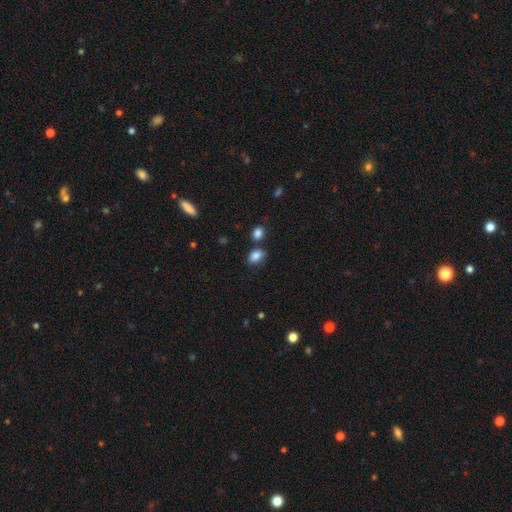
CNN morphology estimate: smooth_or_featured: smooth (p=0.85) [alt: star or artifact p=0.10]
how_rounded: in between (p=0.71) [alt: round p=0.28]
merging: none (p=0.68) [alt: minor disturbance p=0.15]